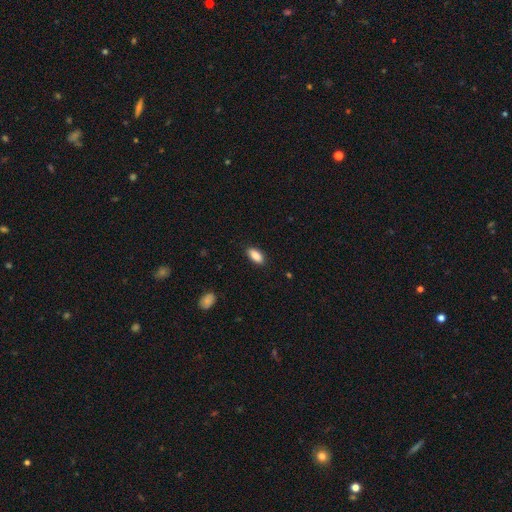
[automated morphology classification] smooth-or-featured: smooth: 88% | star or artifact: 7% | featured or disk: 5%
  how-rounded: in between: 89% | cigar-shaped: 8% | round: 3%
  merging: none: 87% | minor disturbance: 9% | major disturbance: 2% | merger: 1%